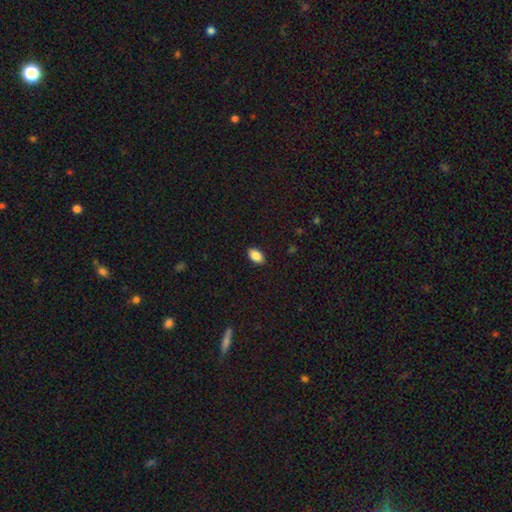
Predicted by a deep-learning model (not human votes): smooth-or-featured: smooth: 87% | star or artifact: 8% | featured or disk: 5%
  how-rounded: in between: 92% | round: 6% | cigar-shaped: 2%
  merging: none: 89% | minor disturbance: 8% | major disturbance: 2% | merger: 1%